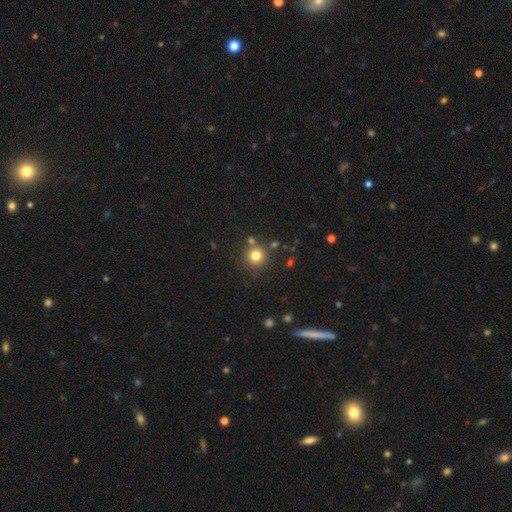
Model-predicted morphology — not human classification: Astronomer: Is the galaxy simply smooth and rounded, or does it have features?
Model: smooth — 80%.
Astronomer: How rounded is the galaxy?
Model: round — 95%.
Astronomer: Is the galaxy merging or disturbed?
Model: none — 83%.